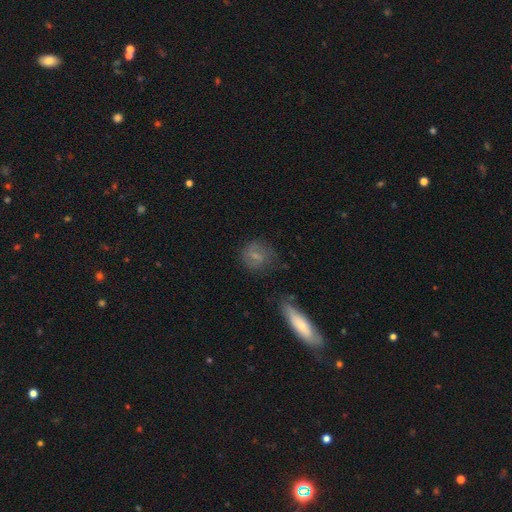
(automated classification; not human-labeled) Smooth or featured? smooth (60%)
How rounded? round (69%)
Merging? none (67%)